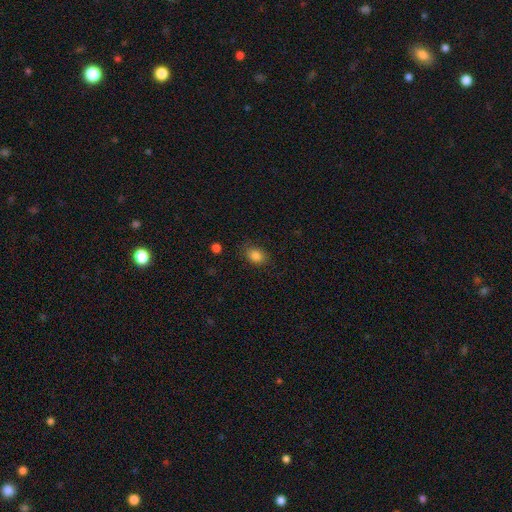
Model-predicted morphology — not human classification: A smooth galaxy with no disk features (84%) that is in between round and cigar-shaped (68%).

Vote fractions:
- Smooth or featured? smooth: 84% / star or artifact: 10% / featured or disk: 6%
- How rounded? in between: 68% / round: 31% / cigar-shaped: 1%
- Merging? none: 80% / minor disturbance: 15% / major disturbance: 4% / merger: 1%